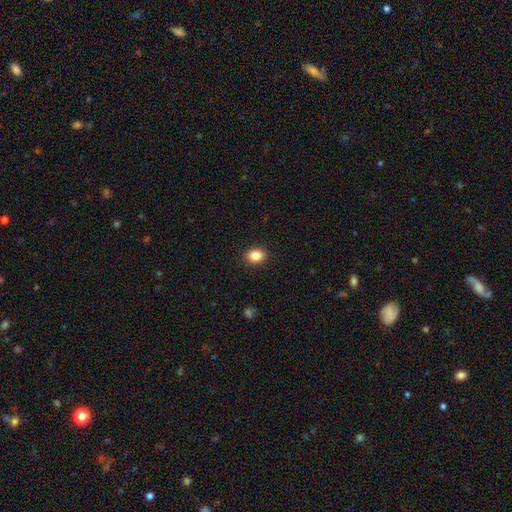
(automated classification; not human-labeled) A smooth galaxy with no disk features (85%) that is round (52%).

Vote fractions:
- Smooth or featured? smooth: 85% / star or artifact: 10% / featured or disk: 5%
- How rounded? round: 52% / in between: 47% / cigar-shaped: 1%
- Merging? none: 91% / minor disturbance: 6% / major disturbance: 2% / merger: 1%